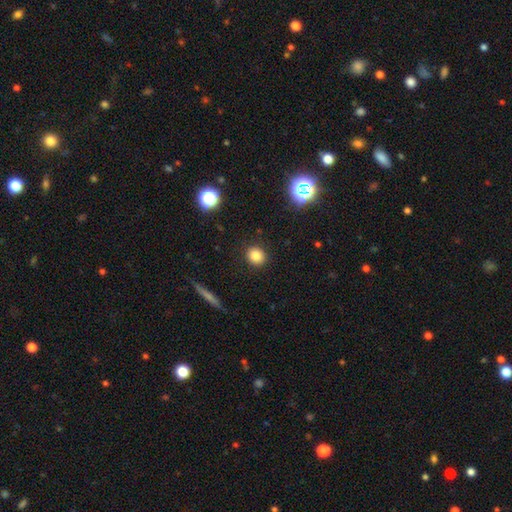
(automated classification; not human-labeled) Morphology: type=smooth (82%); roundness=round (83%); merging=none (90%).